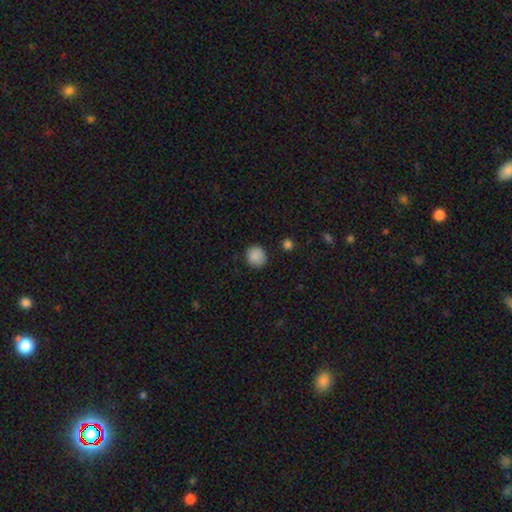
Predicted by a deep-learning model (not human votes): Overall: smooth (88%). How rounded: round (89%). Merging: none (87%).